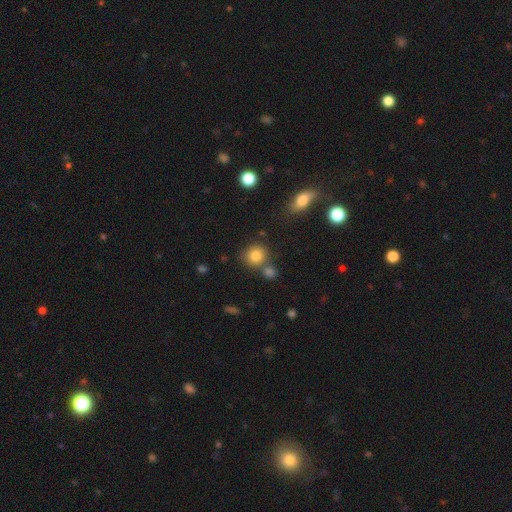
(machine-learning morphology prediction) A smooth galaxy with no disk features (82%) that is round (84%).

Vote fractions:
- Smooth or featured? smooth: 82% / star or artifact: 11% / featured or disk: 7%
- How rounded? round: 84% / in between: 15% / cigar-shaped: 1%
- Merging? none: 67% / merger: 18% / minor disturbance: 11% / major disturbance: 4%